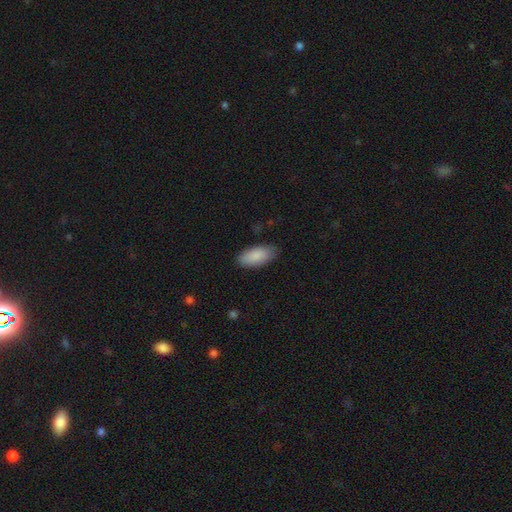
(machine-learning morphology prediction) Smooth or featured? smooth (89%)
How rounded? in between (91%)
Merging? none (82%)